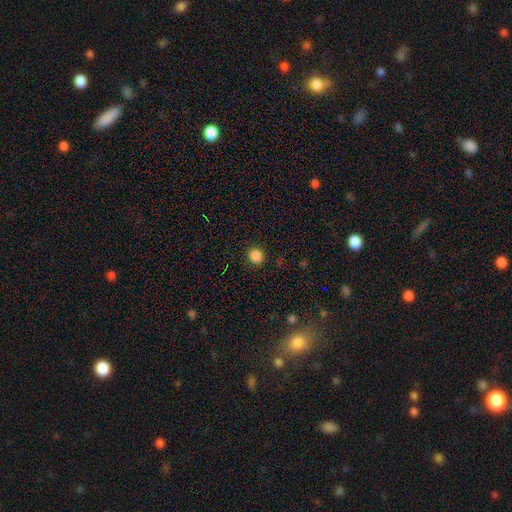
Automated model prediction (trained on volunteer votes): This appears to be a smooth galaxy with no disk features (86%) that is round (85%). Merging: none (90%).